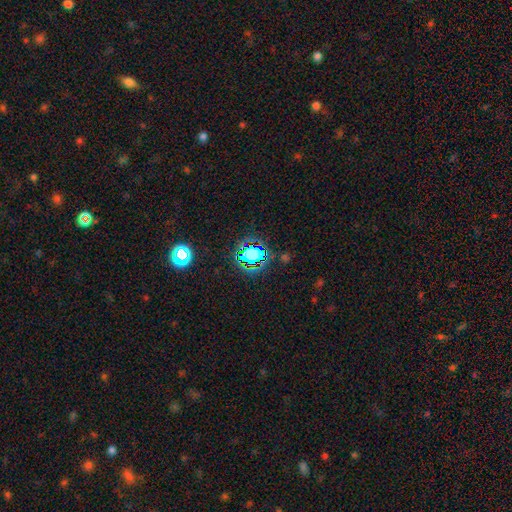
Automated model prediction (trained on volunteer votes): smooth_or_featured: star or artifact (p=0.59) [alt: smooth p=0.29]